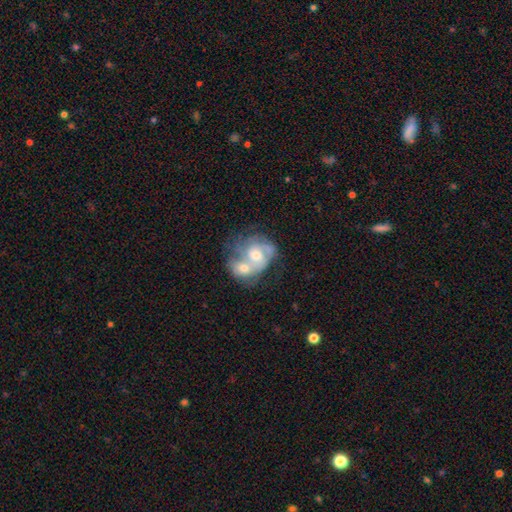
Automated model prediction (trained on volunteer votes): Overall: featured or disk (62%; smooth 31%). Edge-on disk: no (97%). Bar: no (73%). Spiral arms: yes (68%; no 32%). Bulge size: moderate (63%). Merging: merger (76%).